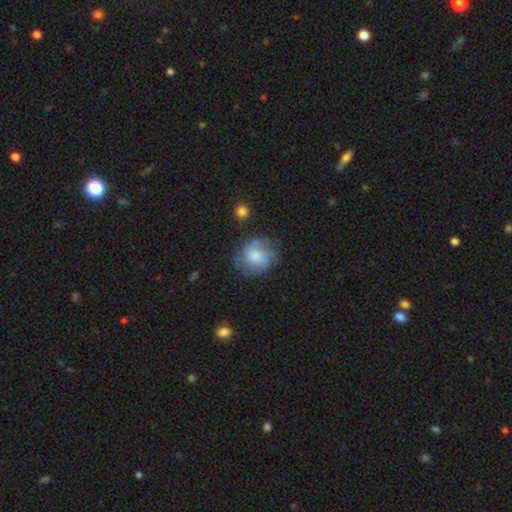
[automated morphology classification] Overall: smooth (60%; featured or disk 31%). How rounded: round (74%). Merging: none (59%; minor disturbance 25%).